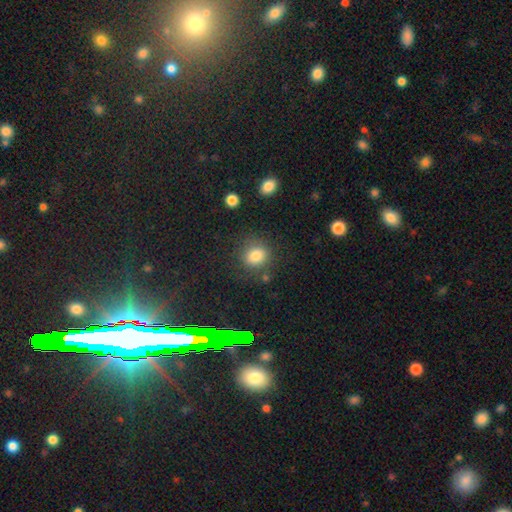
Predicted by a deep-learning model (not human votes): A smooth galaxy with no disk features (80%) that is round (76%). Merging: none (78%).